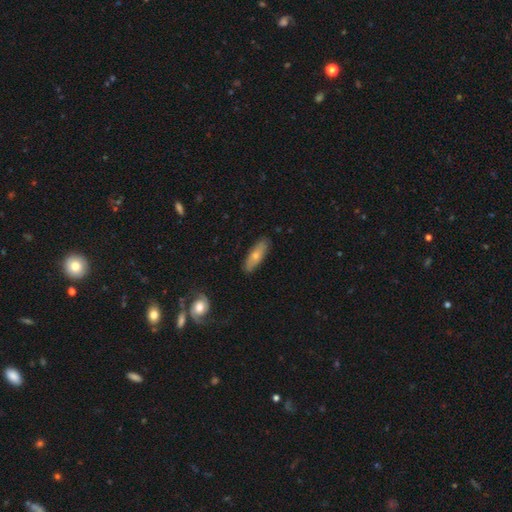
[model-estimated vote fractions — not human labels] smooth 63%, featured or disk 31%, star or artifact 6%. Down the decision tree: how rounded — in between (53%); merging — none (86%).